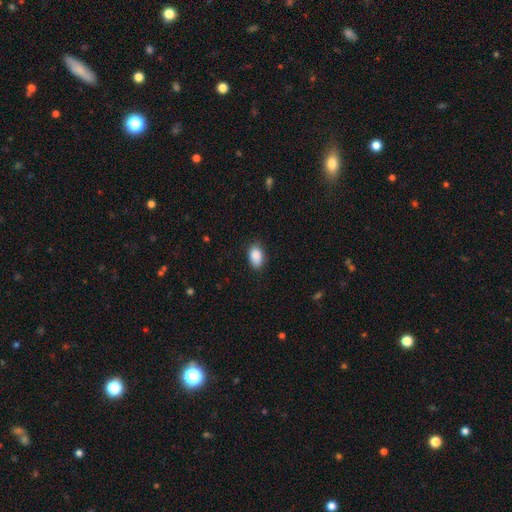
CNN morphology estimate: type=smooth (89%); roundness=in between (87%); merging=none (81%).